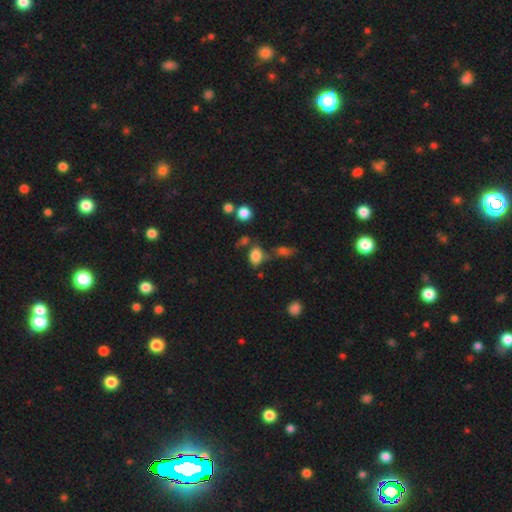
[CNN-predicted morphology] This appears to be a smooth galaxy with no disk features (81%) that is in between round and cigar-shaped (81%). Merging: none (63%).